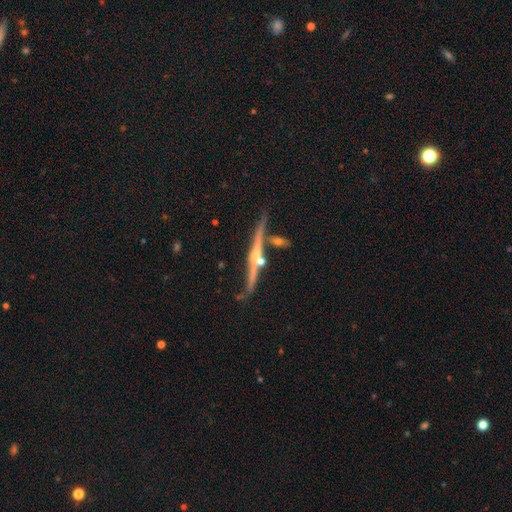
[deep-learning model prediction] Smooth or featured?
  - featured or disk: 80% *
  - smooth: 11%
  - star or artifact: 8%
Edge-on disk?
  - yes: 95% *
  - no: 5%
Edge-on bulge?
  - rounded: 72% *
  - none: 18%
  - boxy: 9%
Merging?
  - none: 65% *
  - merger: 15%
  - minor disturbance: 14%
  - major disturbance: 6%